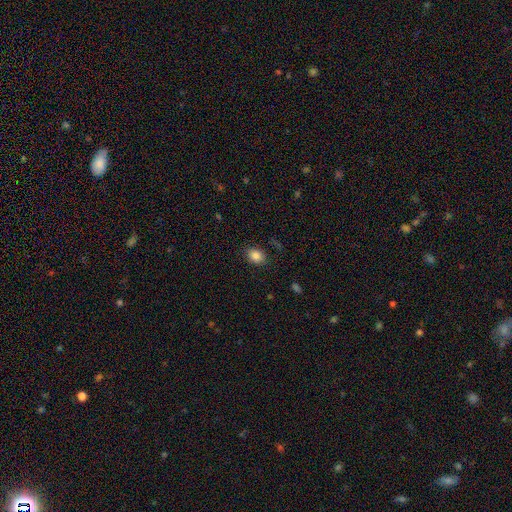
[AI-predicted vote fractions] smooth 85%, star or artifact 10%, featured or disk 6%. Down the decision tree: how rounded — in between (60%); merging — none (84%).